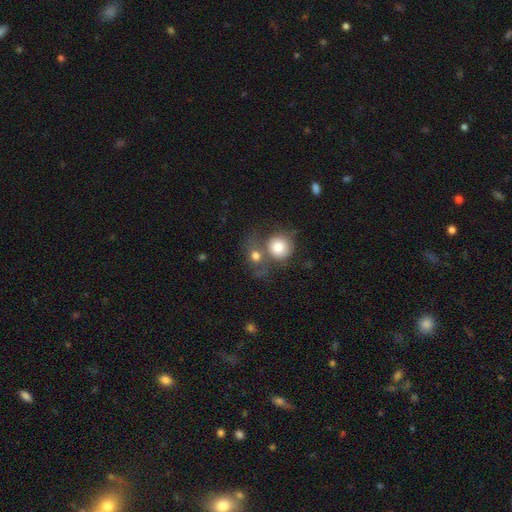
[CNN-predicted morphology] type=smooth (74%); roundness=round (70%); merging=merger (46%).